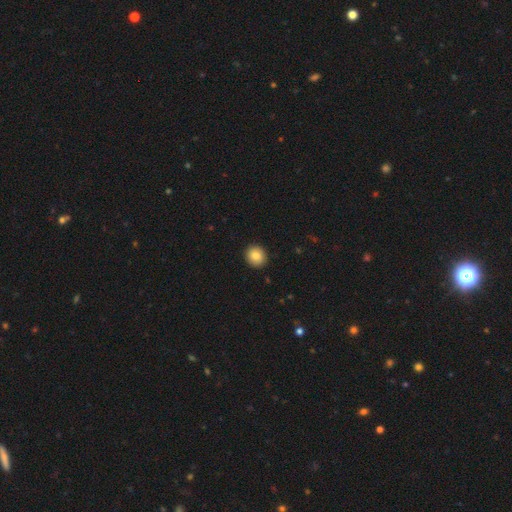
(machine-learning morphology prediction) smooth 85%, star or artifact 9%, featured or disk 6%. Down the decision tree: how rounded — round (85%); merging — none (92%).